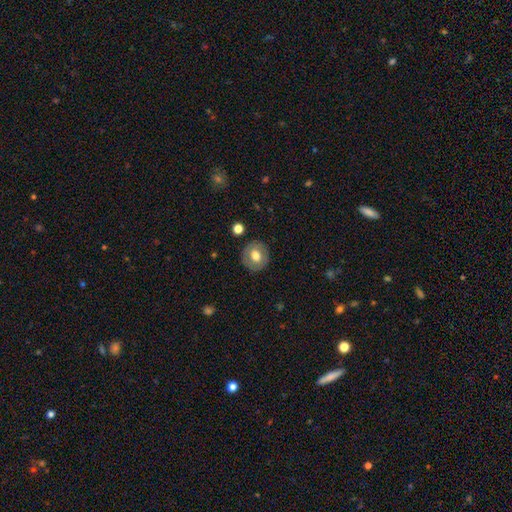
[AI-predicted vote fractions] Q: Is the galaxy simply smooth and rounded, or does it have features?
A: smooth — 67%.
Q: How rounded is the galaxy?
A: round — 83%.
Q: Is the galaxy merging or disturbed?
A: none — 87%.